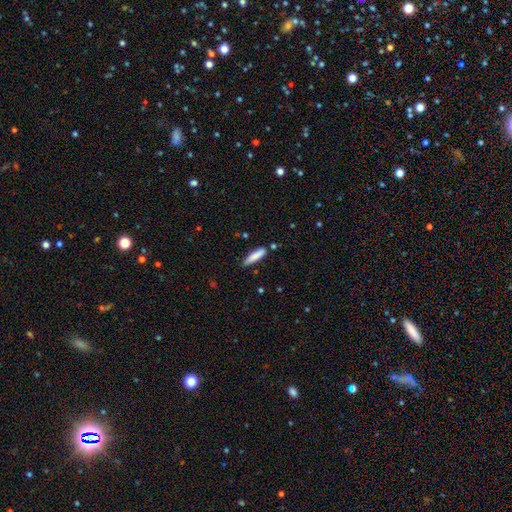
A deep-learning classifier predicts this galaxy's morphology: Overall: smooth (83%). How rounded: cigar-shaped (78%). Merging: none (78%).